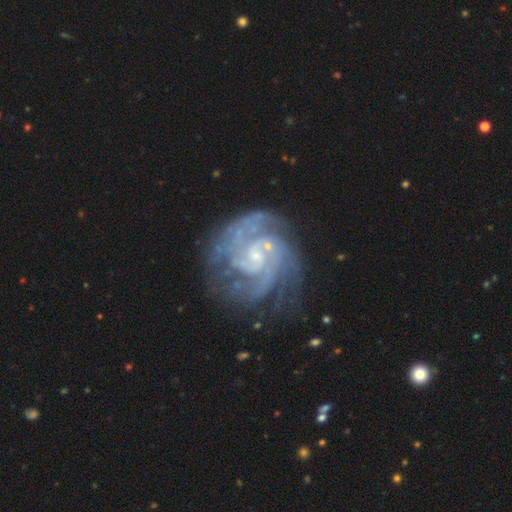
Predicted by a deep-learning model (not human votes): Q: Smooth or featured?
A: featured or disk (90%); runner-up: star or artifact (6%)
Q: Edge-on disk?
A: no (98%); runner-up: yes (2%)
Q: Bar?
A: no (51%); runner-up: weak (40%)
Q: Spiral arms?
A: yes (98%); runner-up: no (2%)
Q: Spiral winding?
A: tight (51%); runner-up: medium (42%)
Q: Spiral arm count?
A: 2 (33%); runner-up: 3 (26%)
Q: Bulge size?
A: small (70%); runner-up: moderate (17%)
Q: Merging?
A: none (67%); runner-up: minor disturbance (19%)